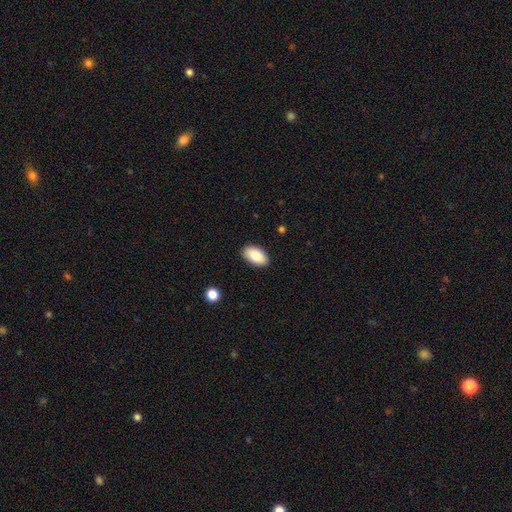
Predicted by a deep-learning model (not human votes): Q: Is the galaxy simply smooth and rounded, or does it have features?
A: smooth — 86%.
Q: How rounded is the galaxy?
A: in between — 95%.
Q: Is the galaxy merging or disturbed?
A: none — 88%.